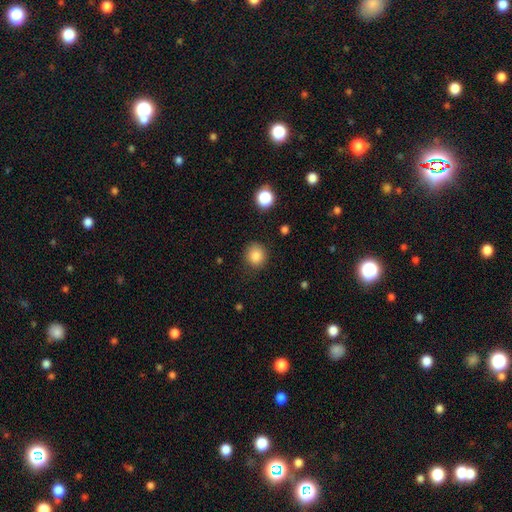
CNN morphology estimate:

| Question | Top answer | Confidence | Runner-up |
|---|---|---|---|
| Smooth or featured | smooth | 85% | star or artifact (11%) |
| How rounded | round | 86% | in between (13%) |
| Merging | none | 85% | minor disturbance (10%) |